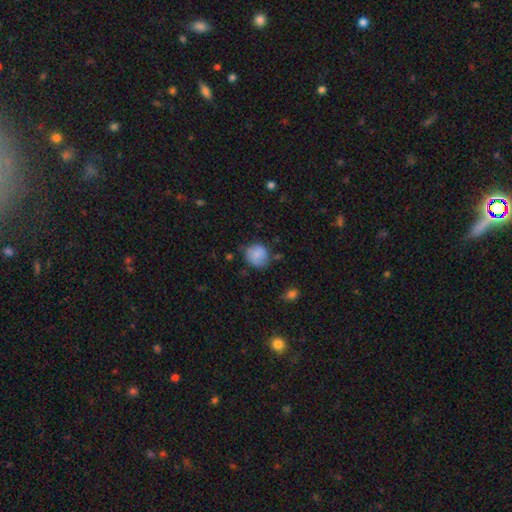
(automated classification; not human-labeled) The model was most divided on "merging": none: 70%, minor disturbance: 22%, major disturbance: 5%, merger: 3%. More confident: how rounded — round (86%); smooth or featured — smooth (83%).